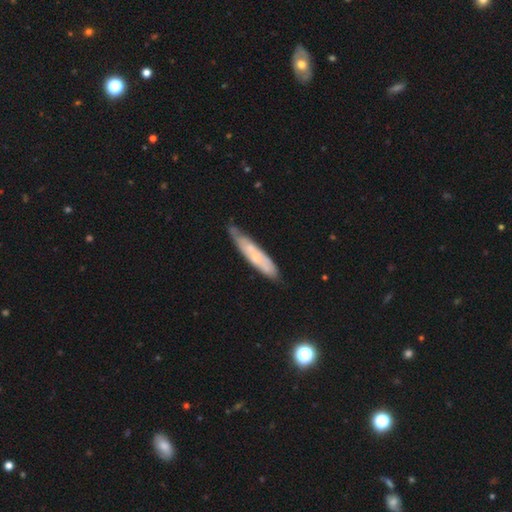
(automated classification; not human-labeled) A featured or disk galaxy (47%). Merging: none (69%).